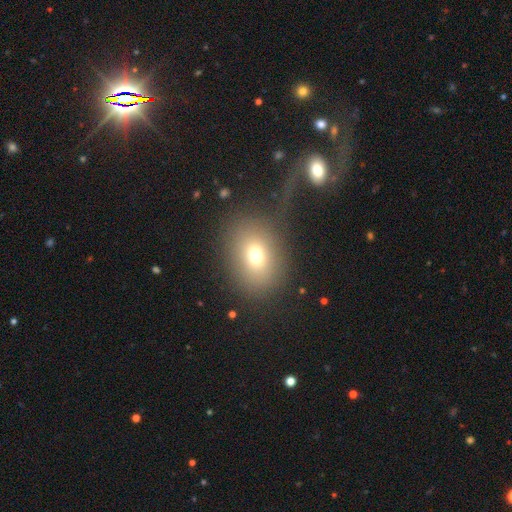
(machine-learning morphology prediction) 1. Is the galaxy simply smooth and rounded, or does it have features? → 72% smooth, 14% star or artifact, 14% featured or disk.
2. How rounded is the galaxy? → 51% in between, 48% round, 1% cigar-shaped.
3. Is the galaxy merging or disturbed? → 66% none, 14% major disturbance, 13% minor disturbance, 8% merger.